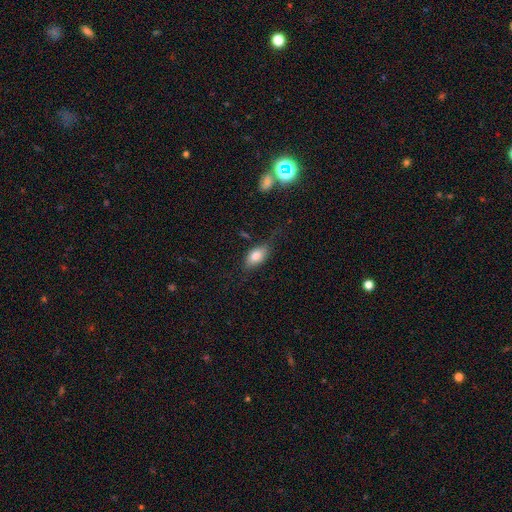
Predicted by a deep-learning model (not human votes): smooth-or-featured: smooth: 77% | featured or disk: 15% | star or artifact: 8%
  how-rounded: in between: 88% | round: 6% | cigar-shaped: 6%
  merging: none: 63% | minor disturbance: 24% | major disturbance: 10% | merger: 2%